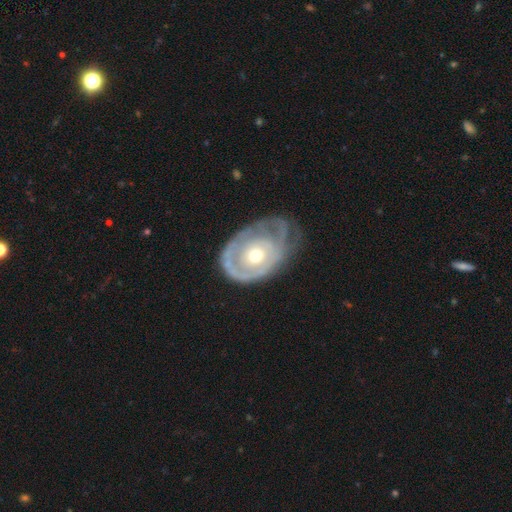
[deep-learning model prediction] Morphology: type=featured or disk (76%); edge-on=no (95%); bar=no (85%); spiral arms=yes (64%); bulge=moderate (62%); merging=none (44%).